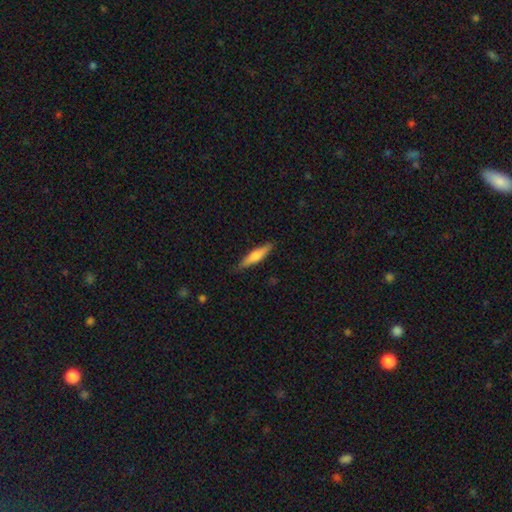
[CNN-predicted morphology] smooth 61%, featured or disk 33%, star or artifact 6%. Down the decision tree: how rounded — cigar-shaped (83%); merging — none (86%).